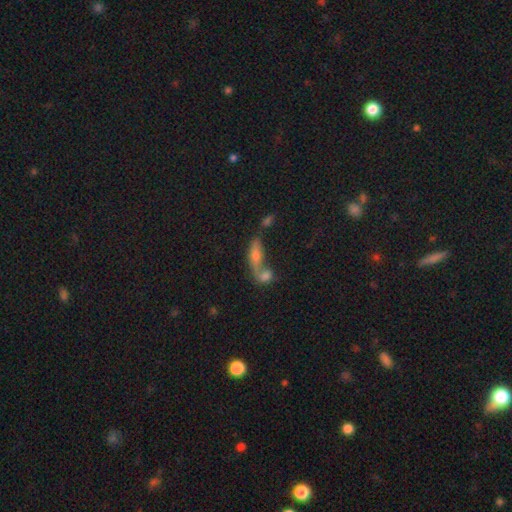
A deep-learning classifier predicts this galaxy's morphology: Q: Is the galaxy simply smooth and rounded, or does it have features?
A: smooth — 58%.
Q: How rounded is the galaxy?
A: in between — 61%.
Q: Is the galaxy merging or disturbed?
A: merger — 57%.